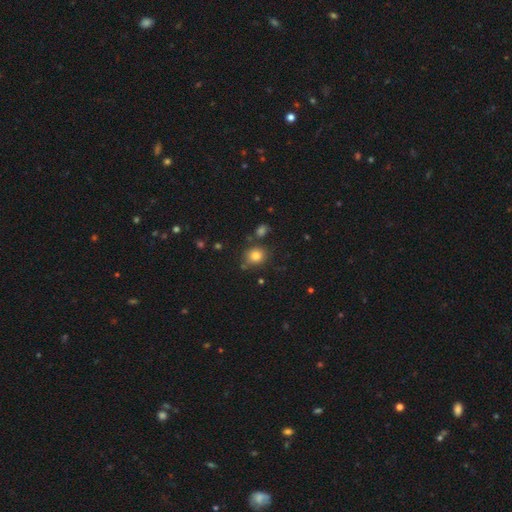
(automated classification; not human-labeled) smooth_or_featured: smooth (p=0.80) [alt: star or artifact p=0.12]
how_rounded: round (p=0.72) [alt: in between p=0.27]
merging: none (p=0.76) [alt: minor disturbance p=0.13]